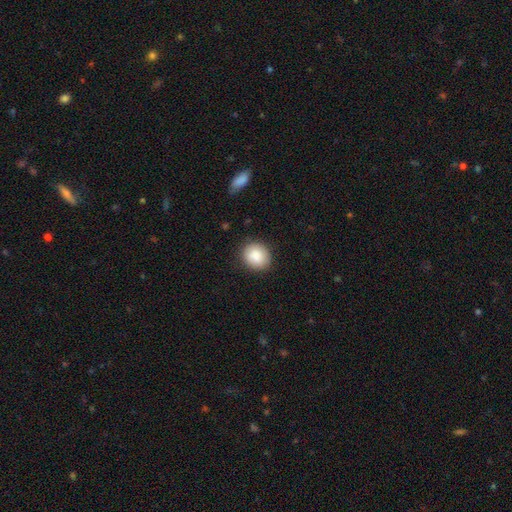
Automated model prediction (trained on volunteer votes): This is clearly a smooth galaxy (87%). How rounded: likely round (74%). Merging: clearly none (86%).